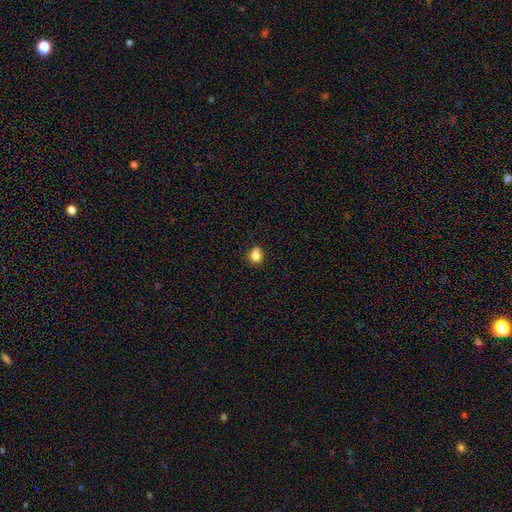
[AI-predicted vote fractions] Morphology: type=smooth (83%); roundness=round (74%); merging=none (77%).